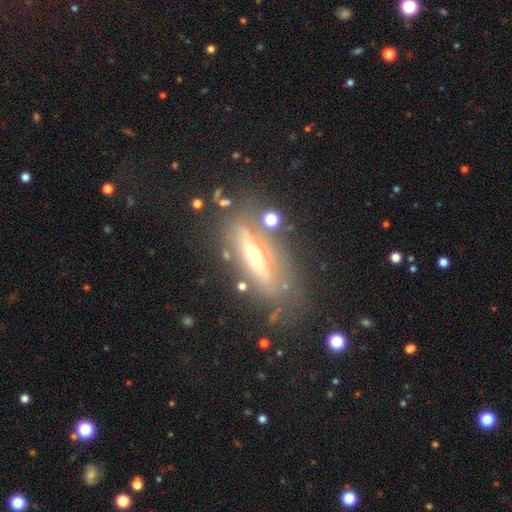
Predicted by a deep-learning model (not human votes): smooth-or-featured: featured or disk: 68% | smooth: 23% | star or artifact: 9%
  disk-edge-on: yes: 73% | no: 27%
  merging: none: 70% | minor disturbance: 17% | major disturbance: 8% | merger: 6%